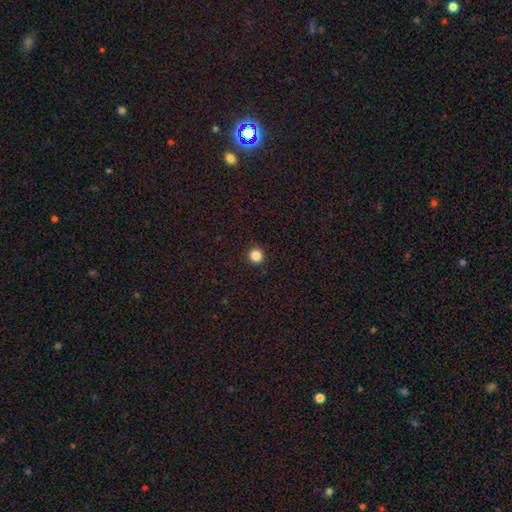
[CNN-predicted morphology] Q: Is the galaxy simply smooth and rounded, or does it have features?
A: smooth — 85%.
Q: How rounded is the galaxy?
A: round — 94%.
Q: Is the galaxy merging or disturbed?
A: none — 93%.